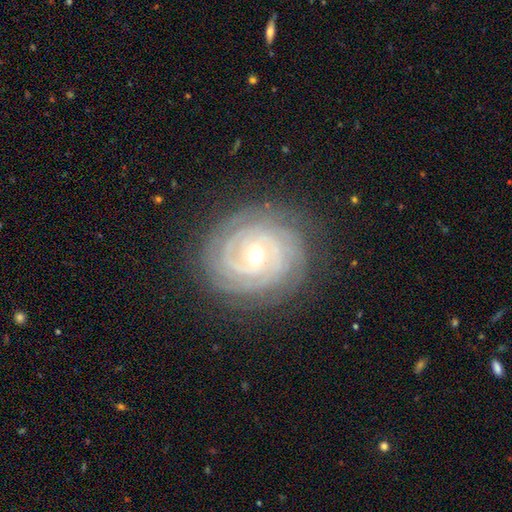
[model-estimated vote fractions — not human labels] smooth_or_featured: featured or disk (p=0.89) [alt: star or artifact p=0.05]
disk_edge_on: no (p=0.97) [alt: yes p=0.03]
bar: weak (p=0.45) [alt: strong p=0.29]
has_spiral_arms: yes (p=0.98) [alt: no p=0.02]
spiral_winding: tight (p=0.86) [alt: medium p=0.12]
spiral_arm_count: 3 (p=0.23) [tied with: can't tell p=0.23]
bulge_size: moderate (p=0.59) [alt: small p=0.36]
merging: none (p=0.83) [alt: minor disturbance p=0.12]